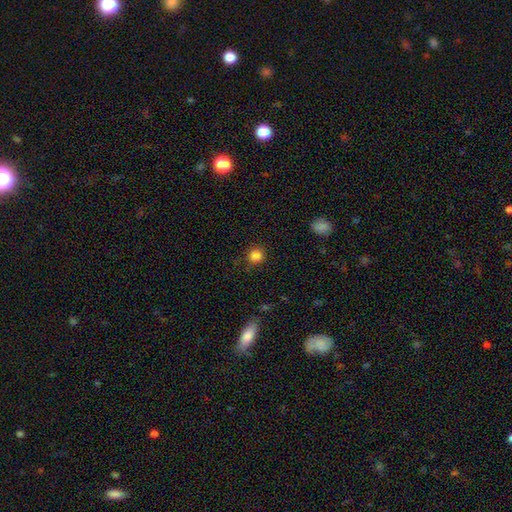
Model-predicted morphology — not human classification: smooth_or_featured: smooth (p=0.85) [alt: star or artifact p=0.12]
how_rounded: round (p=0.90) [alt: in between p=0.09]
merging: none (p=0.86) [alt: minor disturbance p=0.09]